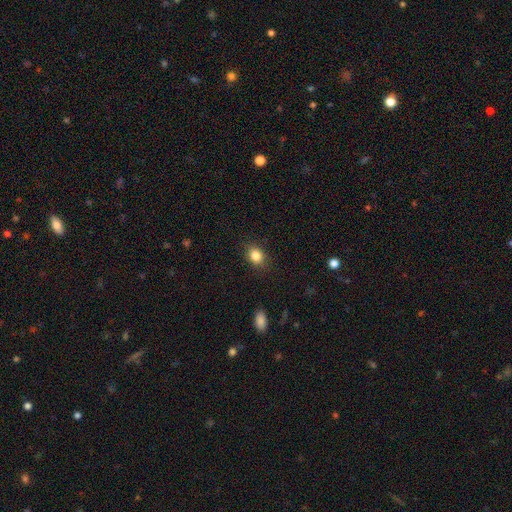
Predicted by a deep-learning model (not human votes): smooth 85%, star or artifact 10%, featured or disk 5%. Down the decision tree: how rounded — in between (55%); merging — none (86%).